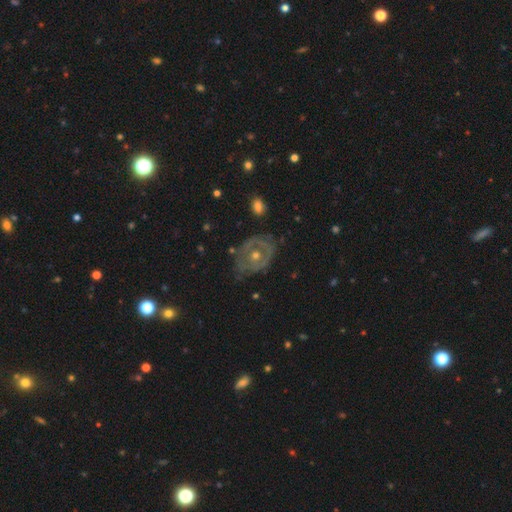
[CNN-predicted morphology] The model was most divided on "spiral arms": no: 52%, yes: 48%. More confident: edge-on disk — no (95%); bar — no (82%); smooth or featured — featured or disk (67%); merging — none (63%); bulge size — moderate (60%).